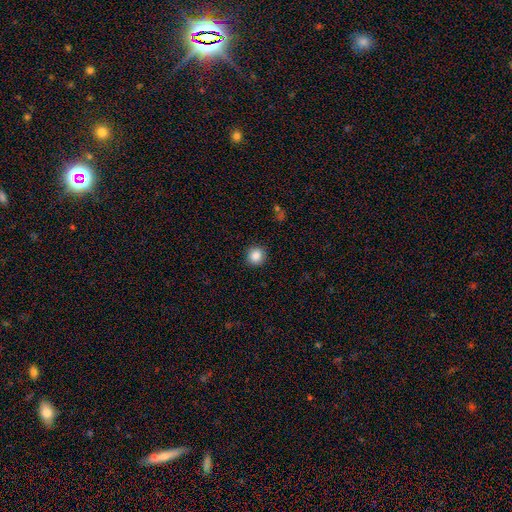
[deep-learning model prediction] This appears to be a smooth galaxy with no disk features (86%) that is round (91%). Merging: none (91%).